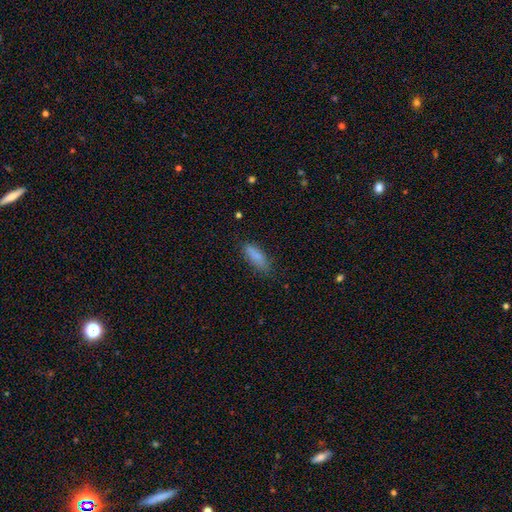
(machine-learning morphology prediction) Q: Smooth or featured?
A: smooth (84%); runner-up: featured or disk (8%)
Q: How rounded?
A: in between (63%); runner-up: cigar-shaped (35%)
Q: Merging?
A: none (78%); runner-up: minor disturbance (17%)